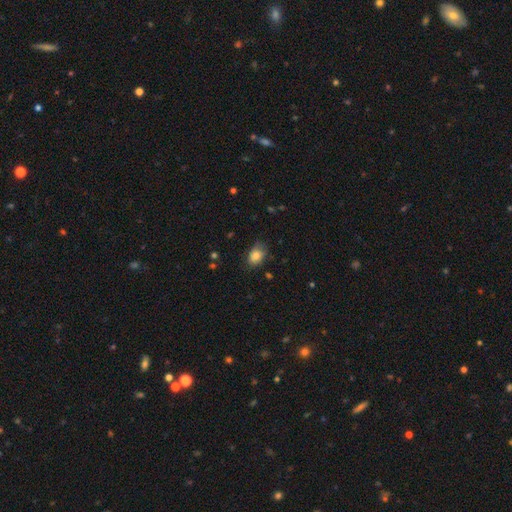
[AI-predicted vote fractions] smooth 82%, featured or disk 9%, star or artifact 9%. Down the decision tree: how rounded — in between (78%); merging — none (66%).